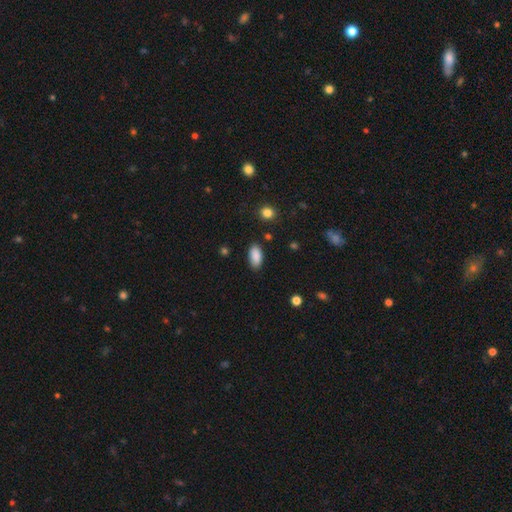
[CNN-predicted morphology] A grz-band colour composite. It shows a smooth galaxy with no disk features (88%) that is in between round and cigar-shaped (91%). Merging: none (85%).